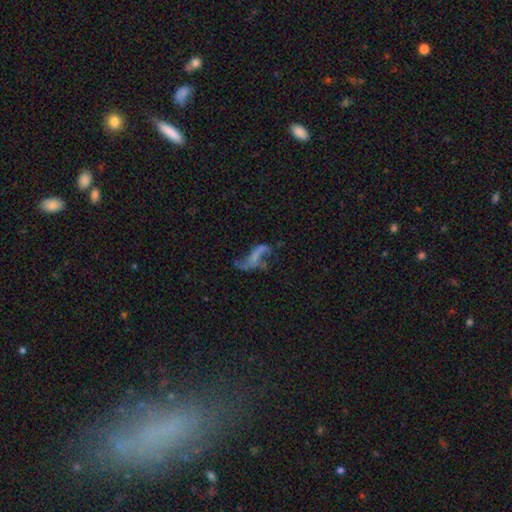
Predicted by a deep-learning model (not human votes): A featured or disk galaxy (63%) with no bar (60%), spiral arms (57%) and no central bulge (73%). Merging: none (36%).